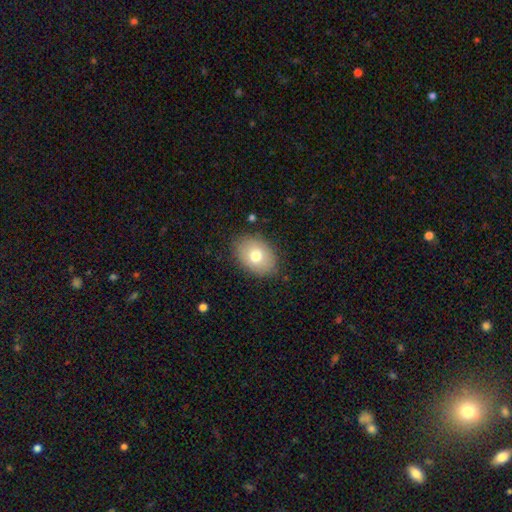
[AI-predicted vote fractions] smooth 74%, featured or disk 17%, star or artifact 9%. Down the decision tree: how rounded — in between (76%); merging — none (84%).